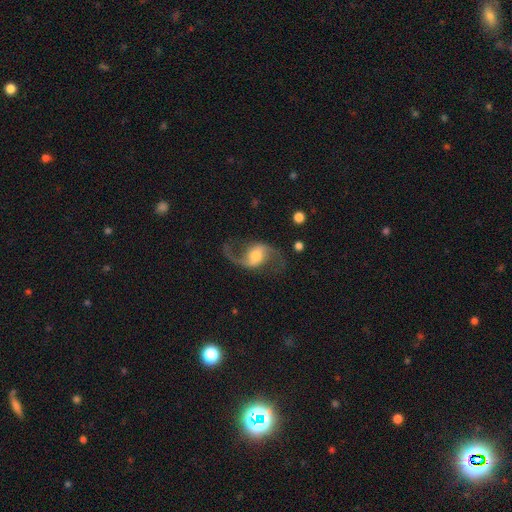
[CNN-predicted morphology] Overall: featured or disk (89%). Edge-on disk: no (98%). Bar: weak (44%; no 32%). Spiral arms: yes (97%). Spiral arm count: 2 (93%). Spiral winding: loose (74%). Bulge size: moderate (54%; small 29%). Merging: none (76%).